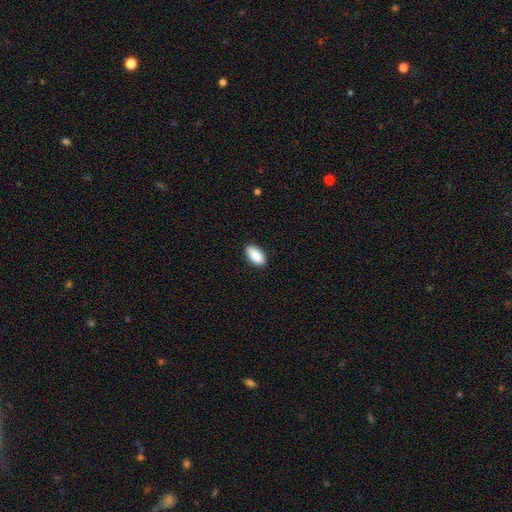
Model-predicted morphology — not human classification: This appears to be a smooth galaxy with no disk features (89%) that is in between round and cigar-shaped (93%). Merging: none (87%).